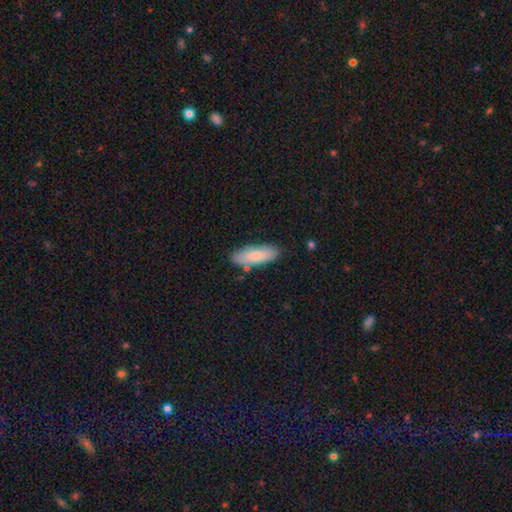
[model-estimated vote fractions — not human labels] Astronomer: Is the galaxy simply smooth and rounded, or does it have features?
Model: smooth — 79%.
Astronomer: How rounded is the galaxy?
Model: in between — 63%.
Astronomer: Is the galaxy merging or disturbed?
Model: none — 80%.